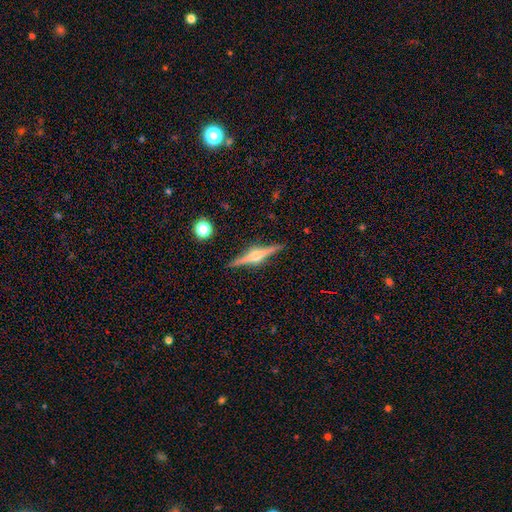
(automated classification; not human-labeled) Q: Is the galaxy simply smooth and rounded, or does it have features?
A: featured or disk — 80%.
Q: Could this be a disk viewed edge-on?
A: yes — 98%.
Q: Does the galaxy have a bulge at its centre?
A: rounded — 91%.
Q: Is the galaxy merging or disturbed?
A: none — 91%.